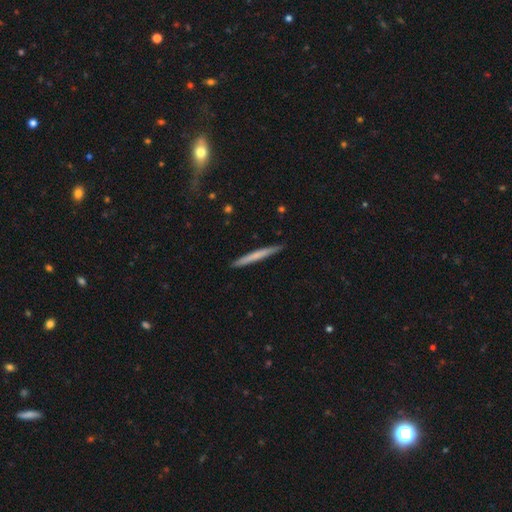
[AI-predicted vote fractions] This is likely a smooth galaxy (62%). How rounded: clearly cigar-shaped (97%). Merging: clearly none (91%).